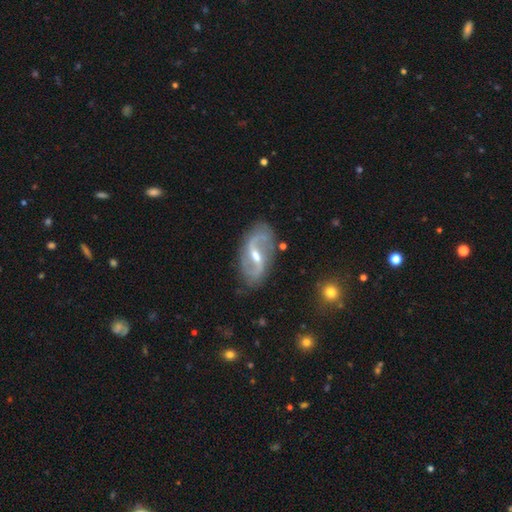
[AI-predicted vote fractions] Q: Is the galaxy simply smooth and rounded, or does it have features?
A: featured or disk — 88%.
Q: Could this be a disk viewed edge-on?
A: no — 96%.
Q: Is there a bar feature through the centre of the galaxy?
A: weak — 46%.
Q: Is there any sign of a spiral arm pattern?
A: yes — 95%.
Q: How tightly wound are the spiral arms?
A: loose — 51%.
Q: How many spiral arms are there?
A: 2 — 92%.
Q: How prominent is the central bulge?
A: moderate — 57%.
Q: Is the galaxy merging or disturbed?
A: none — 82%.